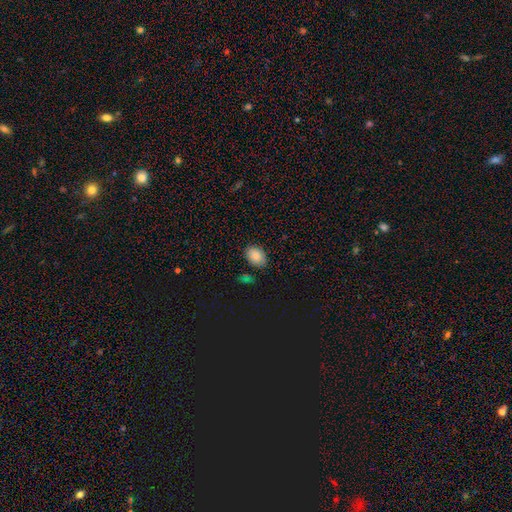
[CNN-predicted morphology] This appears to be a smooth galaxy with no disk features (86%) that is in between round and cigar-shaped (74%). Merging: none (82%).